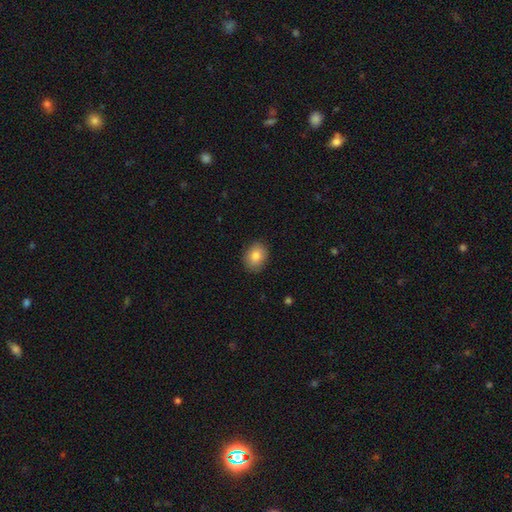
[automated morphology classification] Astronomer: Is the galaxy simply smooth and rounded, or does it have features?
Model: smooth — 84%.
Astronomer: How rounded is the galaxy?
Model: in between — 58% (runner-up: round, 41%).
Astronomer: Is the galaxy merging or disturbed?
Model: none — 88%.